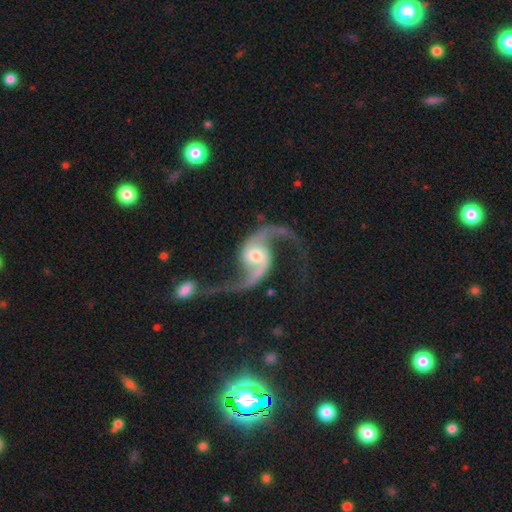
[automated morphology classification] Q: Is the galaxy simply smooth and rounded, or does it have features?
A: featured or disk — 93%.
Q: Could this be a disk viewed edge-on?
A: no — 98%.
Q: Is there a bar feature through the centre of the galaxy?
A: no — 43%.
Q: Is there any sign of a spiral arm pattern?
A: yes — 98%.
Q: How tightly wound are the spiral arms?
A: loose — 82%.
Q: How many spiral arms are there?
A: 2 — 94%.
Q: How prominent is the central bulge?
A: moderate — 62%.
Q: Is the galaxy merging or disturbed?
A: none — 63%.